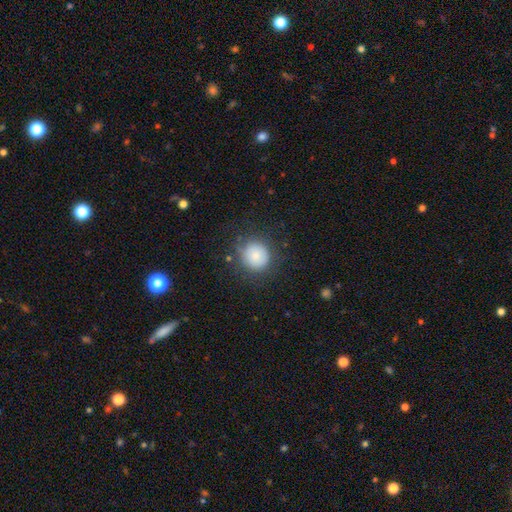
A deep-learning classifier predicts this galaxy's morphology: The model was most divided on "merging": none: 76%, minor disturbance: 15%, major disturbance: 7%, merger: 2%. More confident: how rounded — round (91%); smooth or featured — smooth (81%).